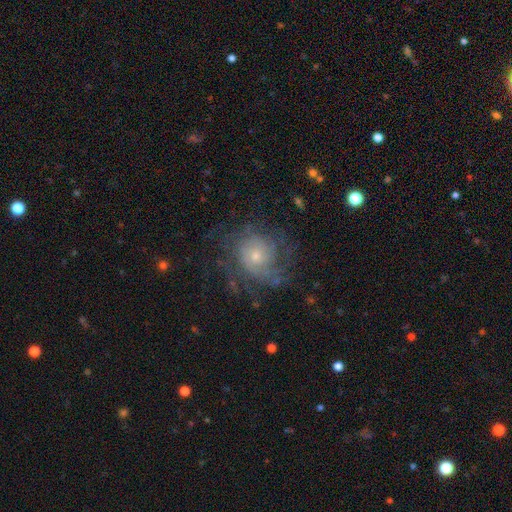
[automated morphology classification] Q: Smooth or featured?
A: featured or disk (70%); runner-up: smooth (20%)
Q: Edge-on disk?
A: no (97%); runner-up: yes (3%)
Q: Bar?
A: no (81%); runner-up: weak (16%)
Q: Spiral arms?
A: yes (86%); runner-up: no (14%)
Q: Spiral winding?
A: tight (53%); runner-up: medium (32%)
Q: Spiral arm count?
A: can't tell (47%); runner-up: 2 (15%)
Q: Bulge size?
A: small (65%); runner-up: moderate (28%)
Q: Merging?
A: none (63%); runner-up: minor disturbance (18%)